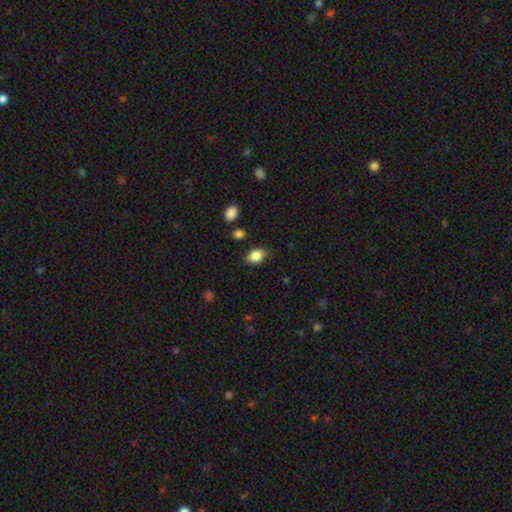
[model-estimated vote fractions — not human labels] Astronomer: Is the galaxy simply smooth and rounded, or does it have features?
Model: smooth — 86%.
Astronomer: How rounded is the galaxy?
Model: in between — 70%.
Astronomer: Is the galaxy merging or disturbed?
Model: none — 78%.